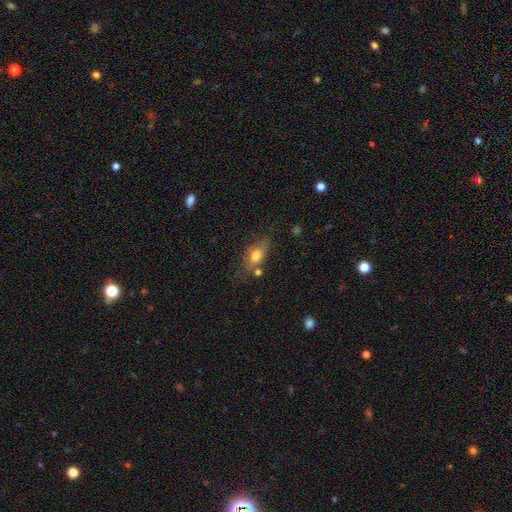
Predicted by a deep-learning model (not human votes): A smooth galaxy with no disk features (73%) that is in between round and cigar-shaped (77%). Merging: none (58%).